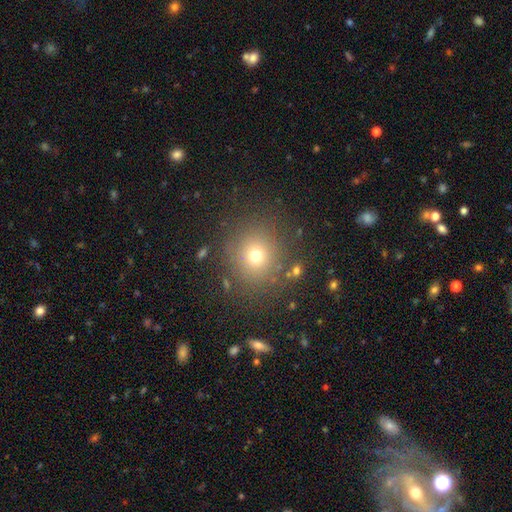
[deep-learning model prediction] Morphology: type=smooth (69%); roundness=round (88%); merging=none (83%).